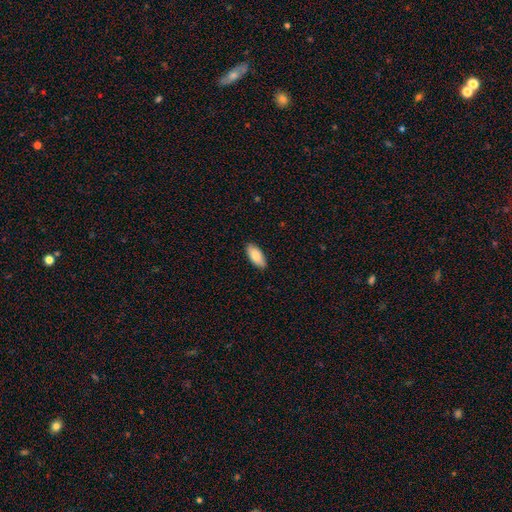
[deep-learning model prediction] Smooth or featured? smooth (85%)
How rounded? in between (88%)
Merging? none (88%)